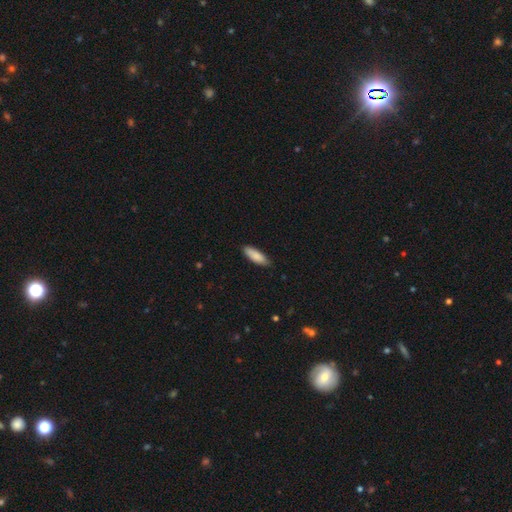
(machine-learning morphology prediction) Smooth or featured?
  - smooth: 87% *
  - featured or disk: 8%
  - star or artifact: 5%
How rounded?
  - in between: 57% *
  - cigar-shaped: 42%
  - round: 2%
Merging?
  - none: 85% *
  - minor disturbance: 12%
  - major disturbance: 2%
  - merger: 1%